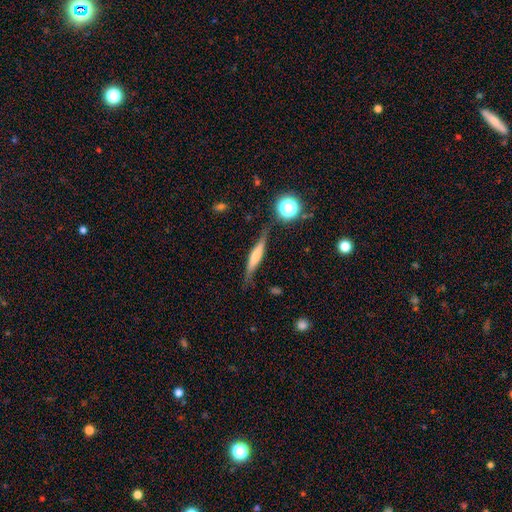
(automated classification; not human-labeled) Overall: featured or disk (46%; smooth 45%). Merging: none (76%).